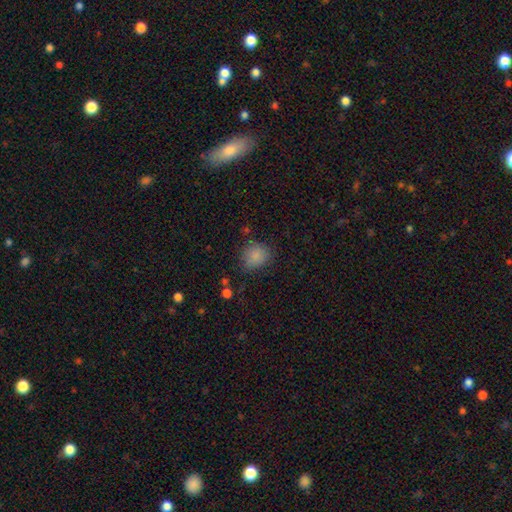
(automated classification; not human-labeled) Morphology: type=smooth (82%); roundness=round (67%); merging=none (71%).